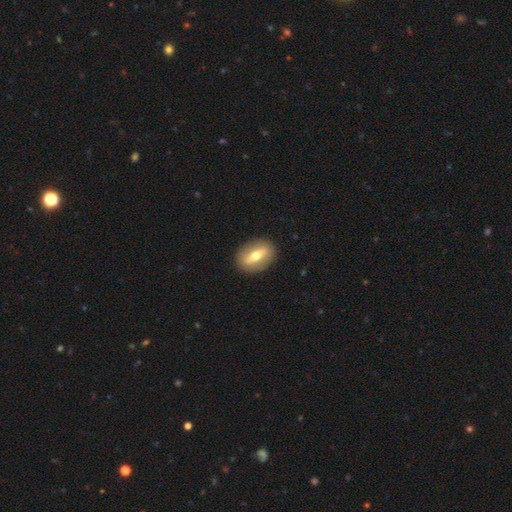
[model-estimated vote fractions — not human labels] Smooth or featured? featured or disk (49%)
Merging? none (89%)